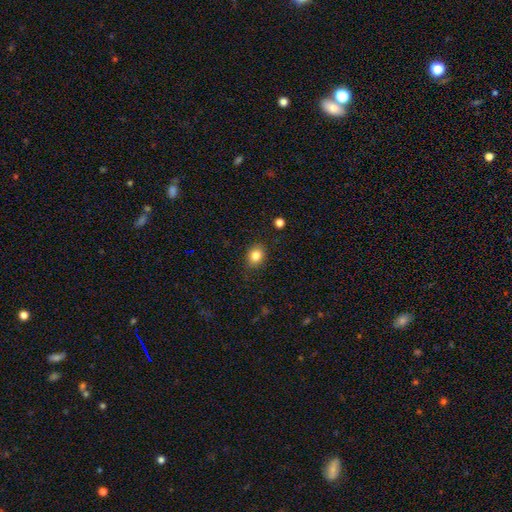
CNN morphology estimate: Q: Smooth or featured?
A: smooth (84%); runner-up: star or artifact (10%)
Q: How rounded?
A: round (52%); runner-up: in between (47%)
Q: Merging?
A: none (84%); runner-up: minor disturbance (12%)